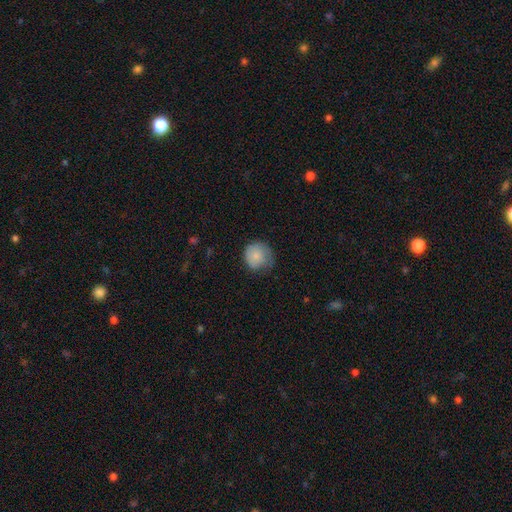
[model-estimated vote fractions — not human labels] Smooth or featured? Predicted: smooth (p=0.83). How rounded? Predicted: round (p=0.91). Merging? Predicted: none (p=0.60).